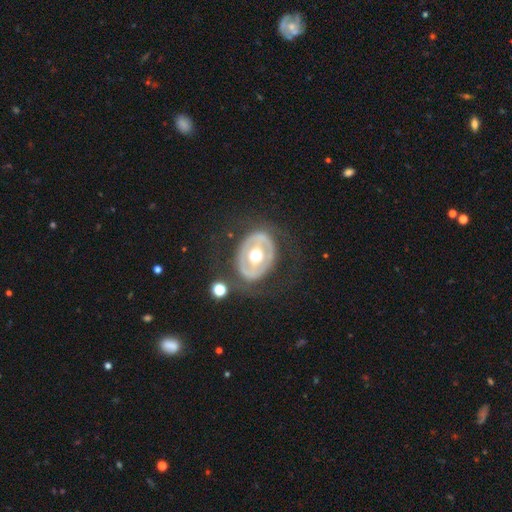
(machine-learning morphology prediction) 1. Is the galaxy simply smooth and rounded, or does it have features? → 68% featured or disk, 26% smooth, 5% star or artifact.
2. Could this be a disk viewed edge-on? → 94% no, 6% yes.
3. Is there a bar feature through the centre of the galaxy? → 61% no, 20% weak, 19% strong.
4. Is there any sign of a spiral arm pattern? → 79% no, 21% yes.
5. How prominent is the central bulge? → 72% moderate, 20% large, 6% small, 2% dominant, 1% none.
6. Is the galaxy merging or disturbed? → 68% none, 15% minor disturbance, 14% major disturbance, 3% merger.